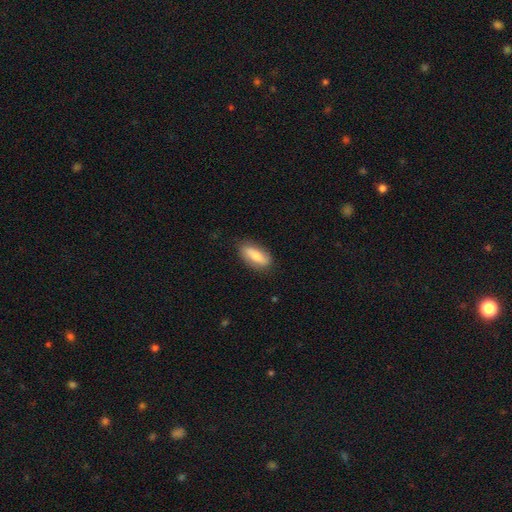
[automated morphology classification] Smooth or featured: smooth — 63% (featured or disk — 30%)
How rounded: in between — 77% (cigar-shaped — 20%)
Merging: none — 84% (minor disturbance — 13%)